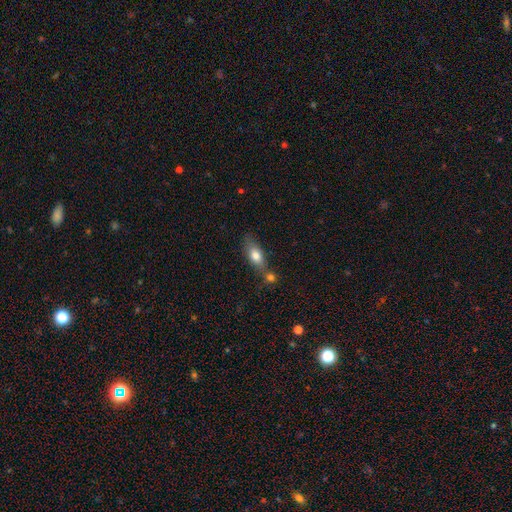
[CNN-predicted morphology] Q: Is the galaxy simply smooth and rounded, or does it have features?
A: smooth — 75%.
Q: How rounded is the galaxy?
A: in between — 76%.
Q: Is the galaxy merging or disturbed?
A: none — 47%.